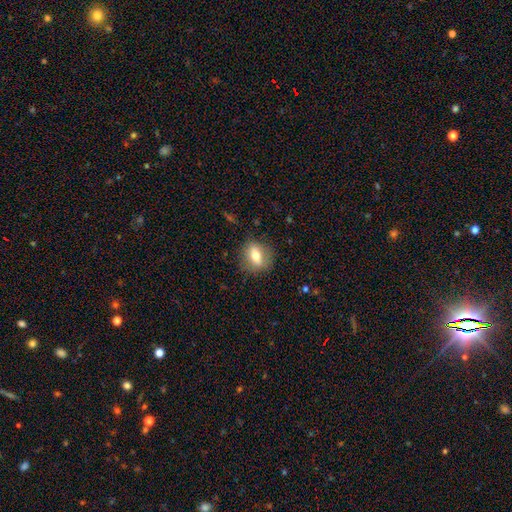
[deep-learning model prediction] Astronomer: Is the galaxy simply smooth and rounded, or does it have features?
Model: smooth — 61%.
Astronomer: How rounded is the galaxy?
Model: round — 51% (runner-up: in between, 44%).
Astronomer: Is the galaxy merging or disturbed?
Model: none — 82%.